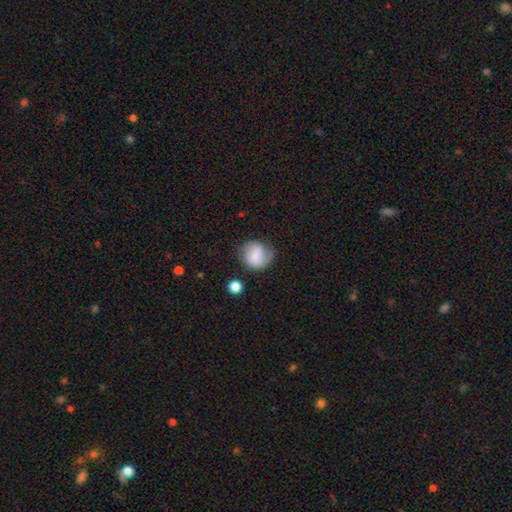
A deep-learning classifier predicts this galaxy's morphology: Overall: smooth (63%; featured or disk 29%). How rounded: round (81%). Merging: none (60%; minor disturbance 24%).